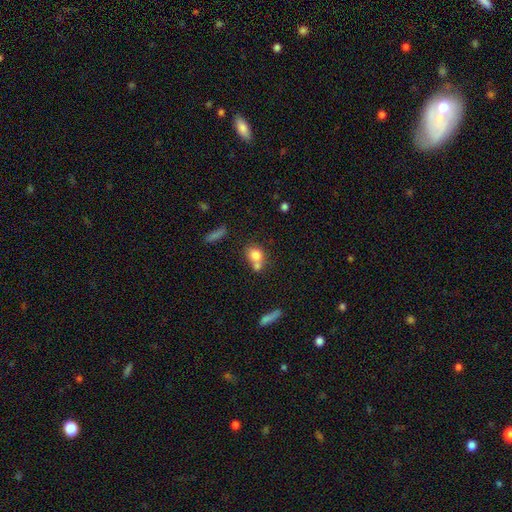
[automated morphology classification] Smooth or featured? smooth (77%)
How rounded? round (61%)
Merging? merger (47%)